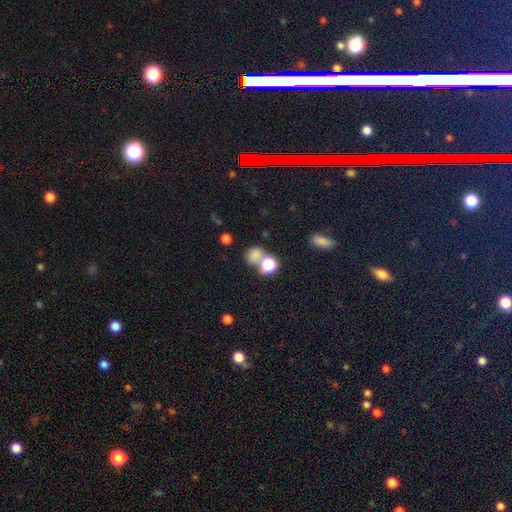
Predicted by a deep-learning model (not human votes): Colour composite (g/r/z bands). It shows a smooth galaxy with no disk features (76%) that is round (64%). Merging: none (44%).